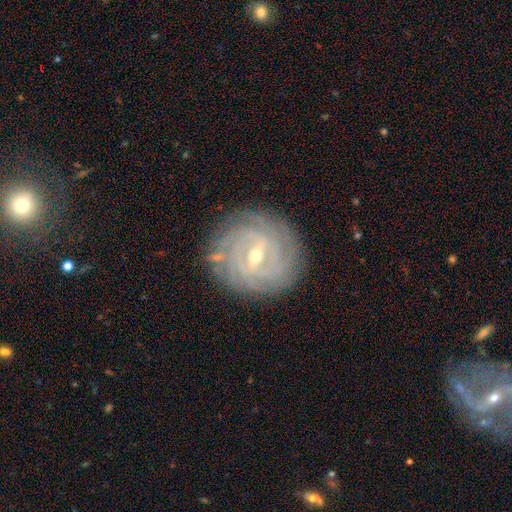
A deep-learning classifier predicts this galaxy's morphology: Smooth or featured: featured or disk — 89% (smooth — 6%)
Edge-on disk: no — 97% (yes — 3%)
Bar: weak — 52% (strong — 36%)
Spiral arms: yes — 96% (no — 4%)
Spiral winding: tight — 84% (medium — 13%)
Spiral arm count: can't tell — 29% (4 — 28%)
Bulge size: small — 51% (moderate — 47%)
Merging: none — 84% (minor disturbance — 12%)